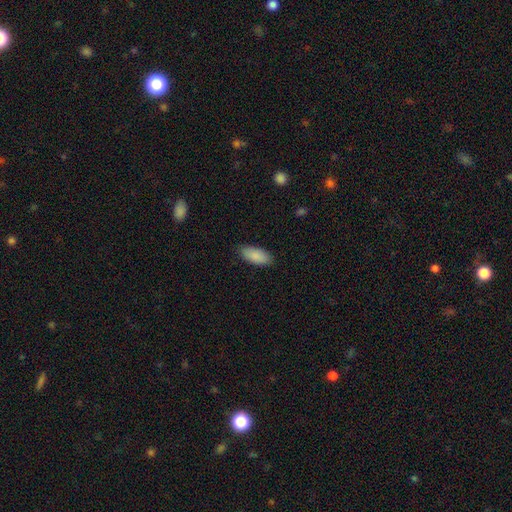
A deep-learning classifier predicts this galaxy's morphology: smooth-or-featured: smooth: 89% | star or artifact: 6% | featured or disk: 5%
  how-rounded: in between: 88% | cigar-shaped: 10% | round: 2%
  merging: none: 87% | minor disturbance: 10% | major disturbance: 2% | merger: 1%